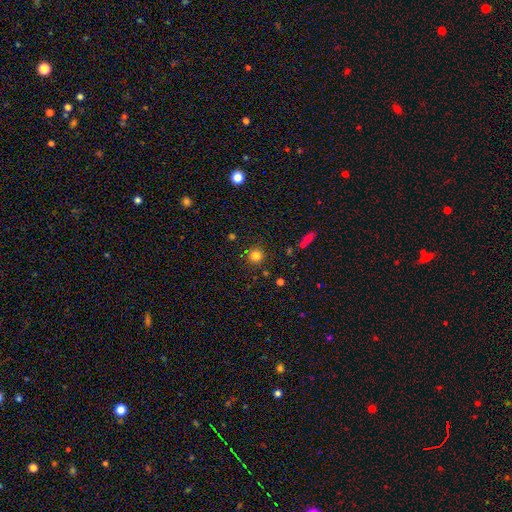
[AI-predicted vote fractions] The model was most divided on "smooth or featured": smooth: 80%, star or artifact: 14%, featured or disk: 6%. More confident: how rounded — round (95%); merging — none (88%).